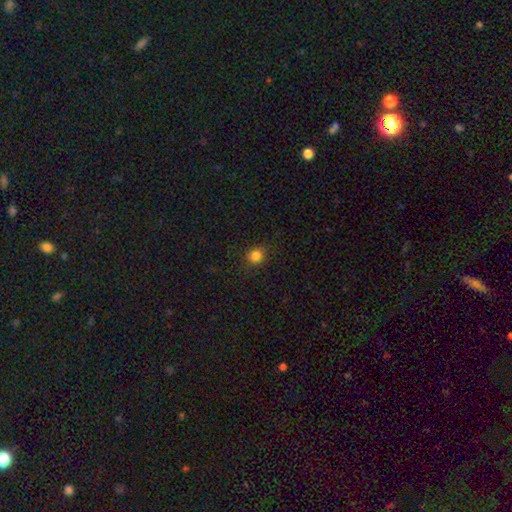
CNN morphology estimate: type=smooth (83%); roundness=round (83%); merging=none (86%).